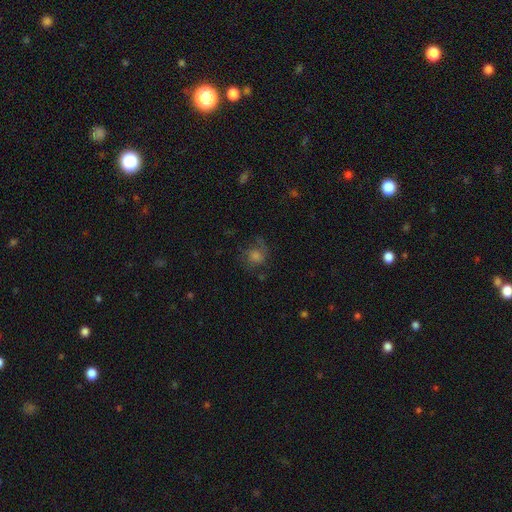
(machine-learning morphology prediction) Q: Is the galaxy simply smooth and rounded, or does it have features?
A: smooth — 42%.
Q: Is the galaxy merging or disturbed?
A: none — 59%.